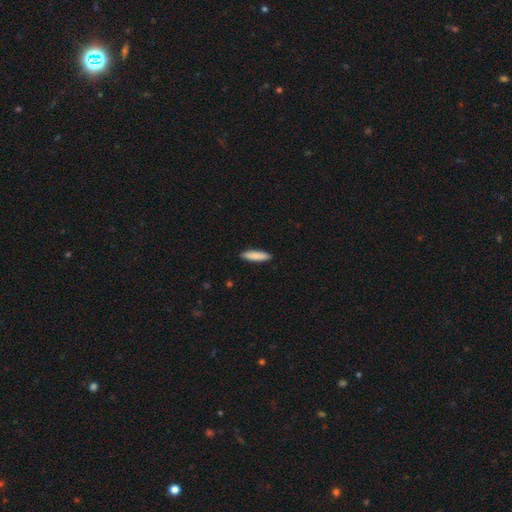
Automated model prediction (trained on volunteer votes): smooth 87%, featured or disk 7%, star or artifact 6%. Down the decision tree: how rounded — cigar-shaped (76%); merging — none (91%).